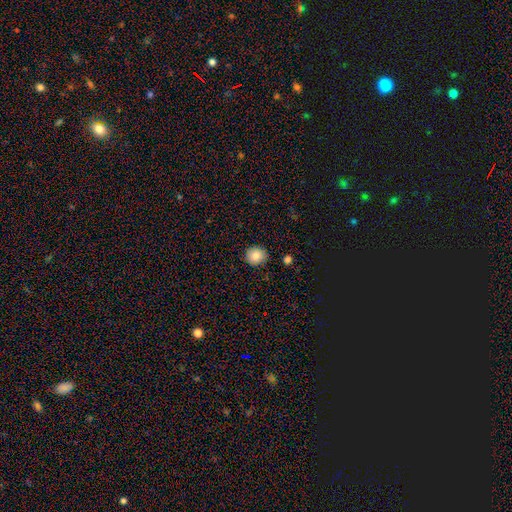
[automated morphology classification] smooth 84%, star or artifact 9%, featured or disk 7%. Down the decision tree: how rounded — round (92%); merging — none (90%).